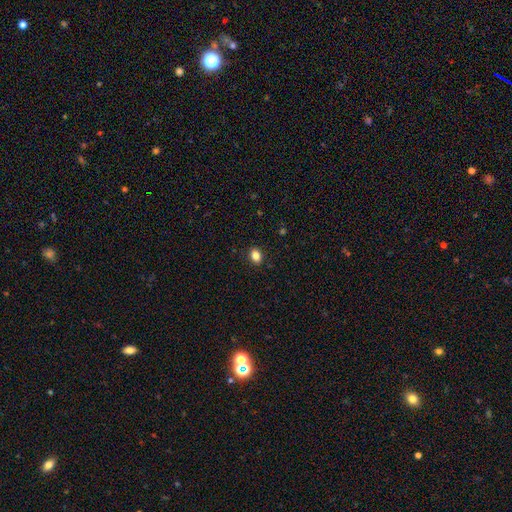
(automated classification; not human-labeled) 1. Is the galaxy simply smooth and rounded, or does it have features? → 85% smooth, 10% star or artifact, 5% featured or disk.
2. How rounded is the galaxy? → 70% in between, 28% round, 1% cigar-shaped.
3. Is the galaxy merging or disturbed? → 90% none, 7% minor disturbance, 2% major disturbance, 1% merger.